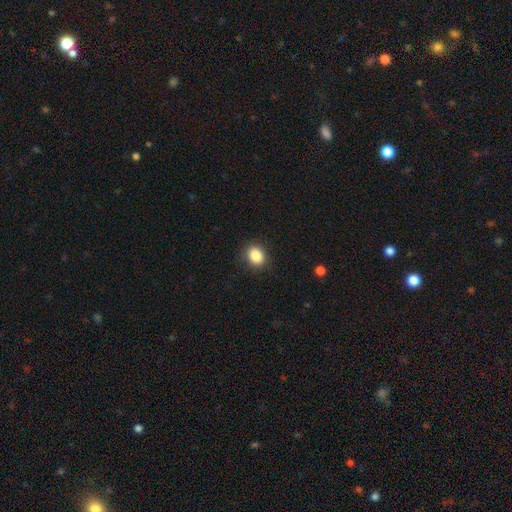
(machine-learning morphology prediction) Smooth or featured?
  - smooth: 86% *
  - star or artifact: 9%
  - featured or disk: 4%
How rounded?
  - round: 54% *
  - in between: 45%
  - cigar-shaped: 1%
Merging?
  - none: 86% *
  - minor disturbance: 10%
  - major disturbance: 3%
  - merger: 1%